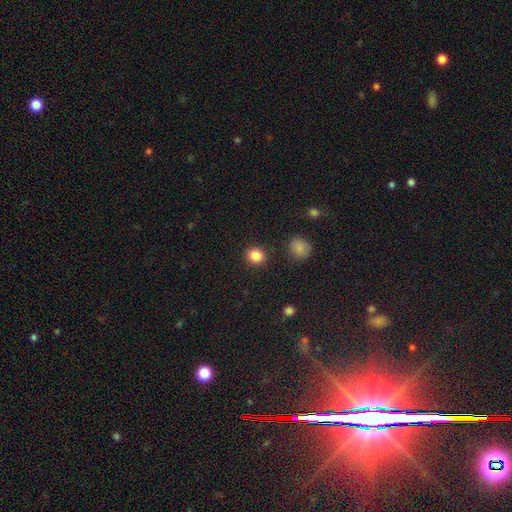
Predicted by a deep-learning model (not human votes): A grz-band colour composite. It shows a smooth galaxy with no disk features (86%) that is round (86%). Merging: none (90%).